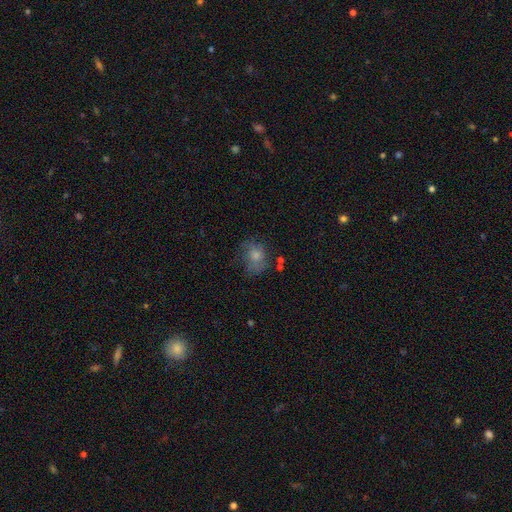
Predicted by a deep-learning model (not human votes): Smooth or featured? Predicted: smooth (p=0.67). How rounded? Predicted: round (p=0.55). Merging? Predicted: none (p=0.45).